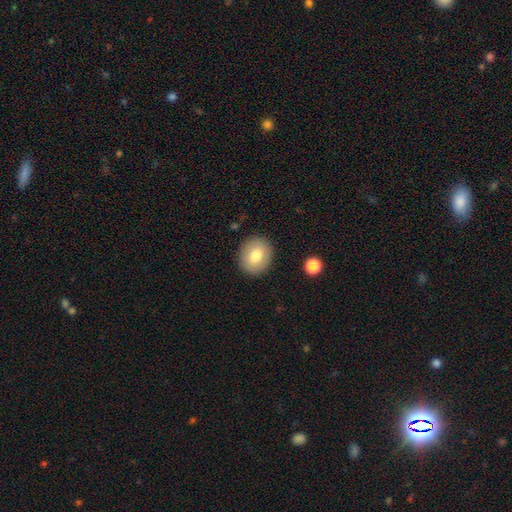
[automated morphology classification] smooth 76%, featured or disk 16%, star or artifact 8%. Down the decision tree: how rounded — round (72%); merging — none (89%).